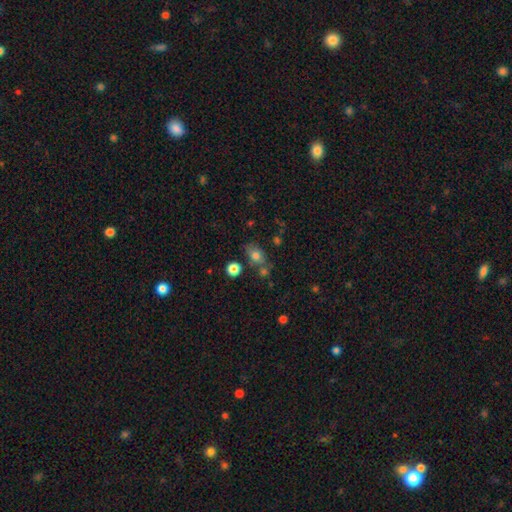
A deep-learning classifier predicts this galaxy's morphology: A smooth galaxy with no disk features (75%) that is in between round and cigar-shaped (64%). Merging: none (61%).